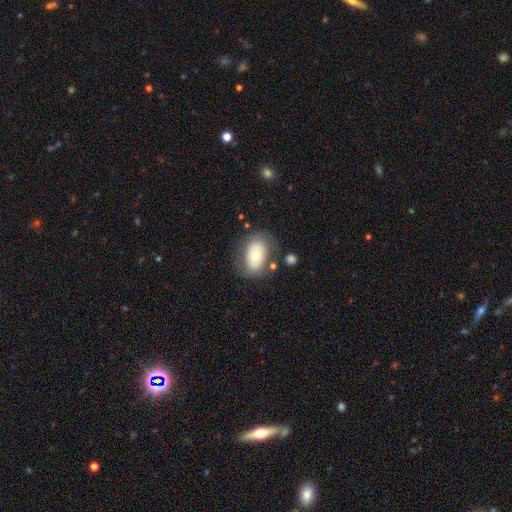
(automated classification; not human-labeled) smooth-or-featured: smooth: 61% | featured or disk: 32% | star or artifact: 8%
  how-rounded: in between: 78% | round: 21% | cigar-shaped: 1%
  merging: none: 69% | minor disturbance: 18% | major disturbance: 9% | merger: 5%